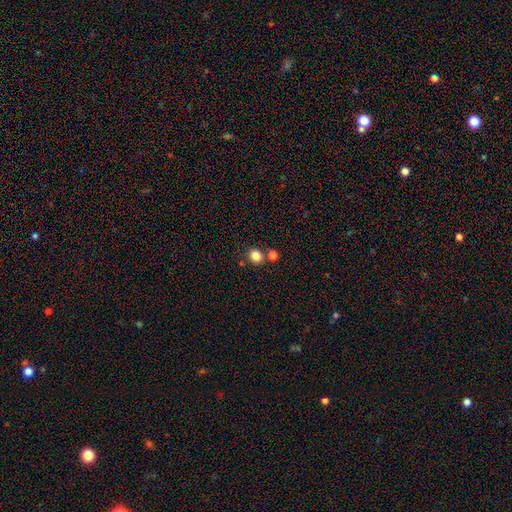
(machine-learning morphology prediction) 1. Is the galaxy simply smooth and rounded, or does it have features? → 84% smooth, 12% star or artifact, 5% featured or disk.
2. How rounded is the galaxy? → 76% round, 23% in between, 1% cigar-shaped.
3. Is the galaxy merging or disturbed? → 74% none, 15% merger, 8% minor disturbance, 3% major disturbance.